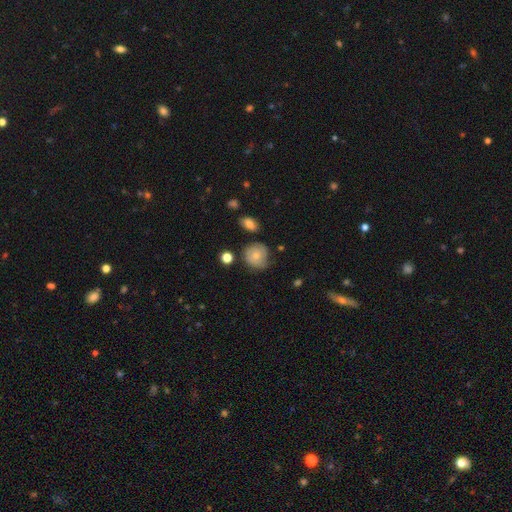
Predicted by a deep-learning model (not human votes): Smooth or featured: smooth — 70% (featured or disk — 21%)
How rounded: round — 84% (in between — 15%)
Merging: none — 60% (minor disturbance — 29%)